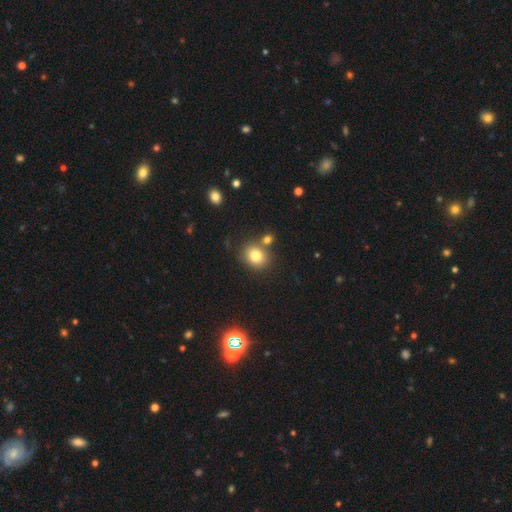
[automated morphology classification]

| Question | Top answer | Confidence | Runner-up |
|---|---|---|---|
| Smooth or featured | smooth | 81% | star or artifact (11%) |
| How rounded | round | 66% | in between (33%) |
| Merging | none | 70% | merger (17%) |